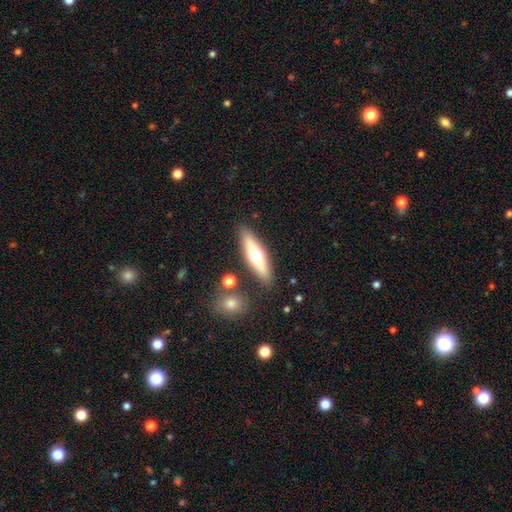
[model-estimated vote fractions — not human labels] Smooth or featured: featured or disk — 52% (smooth — 41%)
Edge-on disk: yes — 91% (no — 9%)
Merging: none — 86% (minor disturbance — 9%)